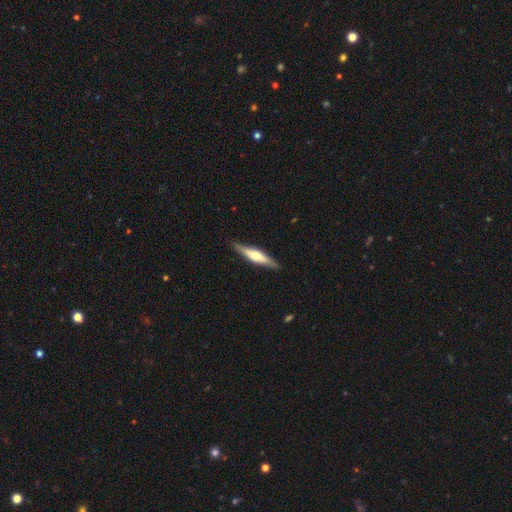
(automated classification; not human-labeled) This is possibly a featured or disk galaxy (57%). It is clearly viewed edge-on (96%). Edge-on bulge: likely rounded (75%). Merging: clearly none (88%).